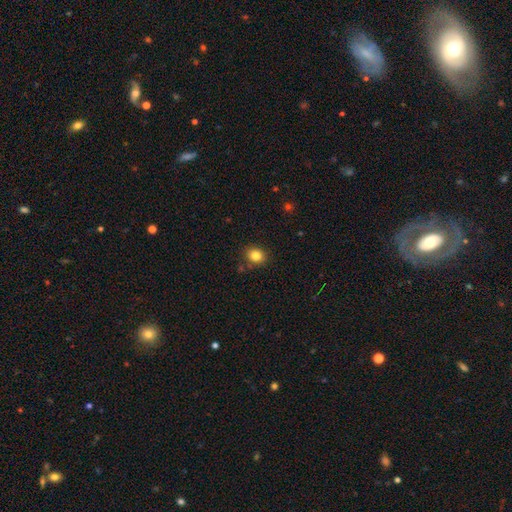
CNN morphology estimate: Smooth or featured: smooth — 83% (star or artifact — 11%)
How rounded: round — 64% (in between — 35%)
Merging: none — 84% (minor disturbance — 10%)